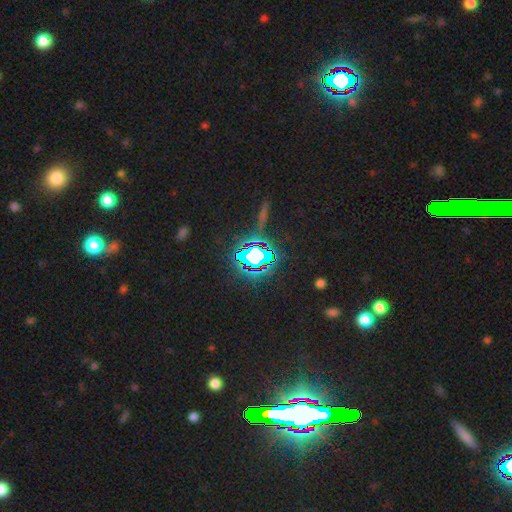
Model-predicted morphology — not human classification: This appears to be a star or artifact, not a galaxy (74%).